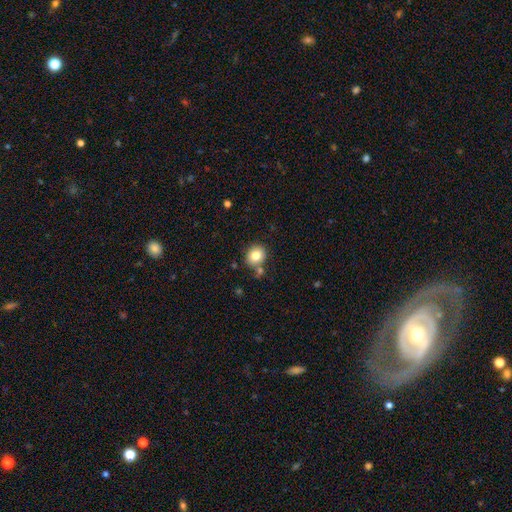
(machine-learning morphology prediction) A smooth galaxy with no disk features (81%) that is round (77%).

Vote fractions:
- Smooth or featured? smooth: 81% / star or artifact: 10% / featured or disk: 9%
- How rounded? round: 77% / in between: 22% / cigar-shaped: 1%
- Merging? none: 74% / minor disturbance: 12% / merger: 11% / major disturbance: 3%